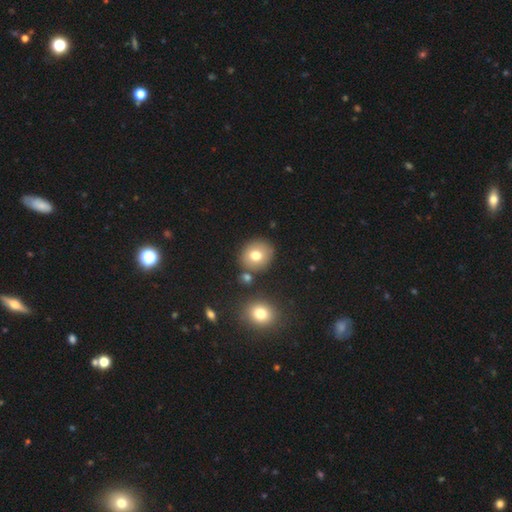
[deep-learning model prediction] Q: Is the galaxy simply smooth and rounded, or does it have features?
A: smooth — 75%.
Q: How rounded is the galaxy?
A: round — 76%.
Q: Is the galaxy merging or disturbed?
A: none — 80%.